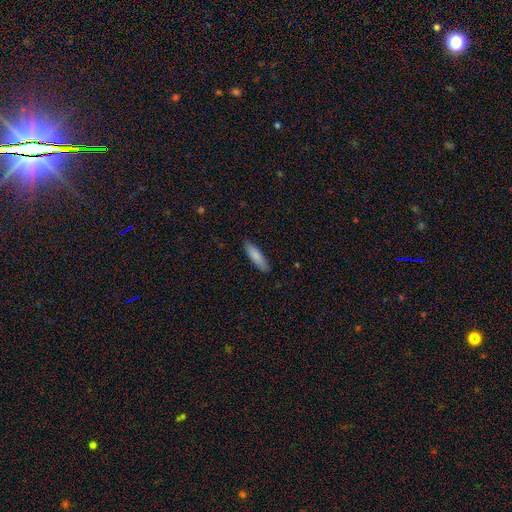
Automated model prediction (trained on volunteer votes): Smooth or featured?
  - smooth: 85% *
  - featured or disk: 10%
  - star or artifact: 5%
How rounded?
  - cigar-shaped: 59% *
  - in between: 40%
  - round: 1%
Merging?
  - none: 87% *
  - minor disturbance: 10%
  - major disturbance: 2%
  - merger: 1%